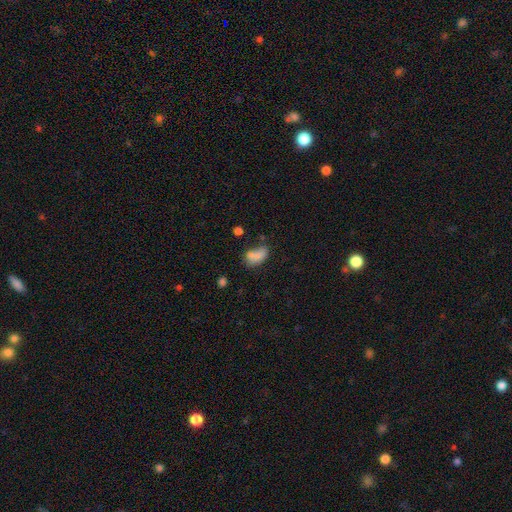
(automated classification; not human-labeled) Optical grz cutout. It shows a smooth galaxy with no disk features (75%) that is in between round and cigar-shaped (85%). Merging: merger (38%).